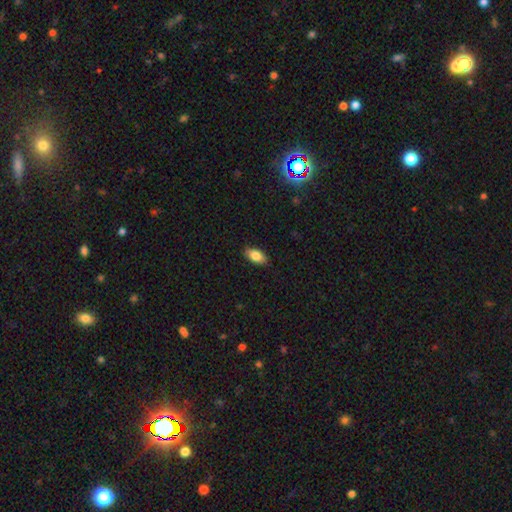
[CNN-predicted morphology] Q: Smooth or featured?
A: smooth (84%); runner-up: featured or disk (9%)
Q: How rounded?
A: in between (91%); runner-up: cigar-shaped (5%)
Q: Merging?
A: none (88%); runner-up: minor disturbance (10%)